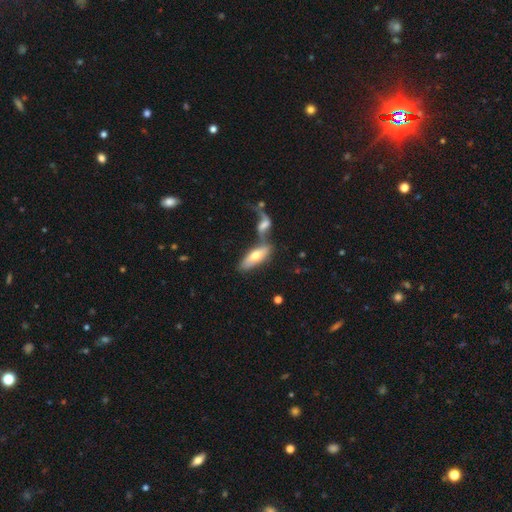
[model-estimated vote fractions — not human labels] smooth-or-featured: smooth: 58% | featured or disk: 35% | star or artifact: 6%
  how-rounded: in between: 71% | cigar-shaped: 26% | round: 2%
  merging: merger: 46% | none: 35% | minor disturbance: 12% | major disturbance: 7%